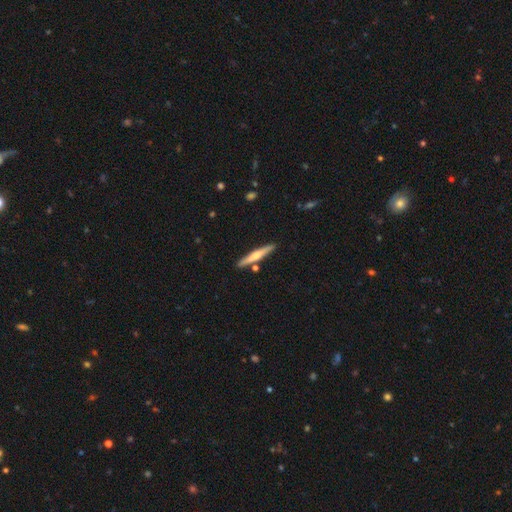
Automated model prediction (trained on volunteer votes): Smooth or featured?
  - featured or disk: 48% *
  - smooth: 47%
  - star or artifact: 5%
Merging?
  - none: 86% *
  - minor disturbance: 8%
  - merger: 4%
  - major disturbance: 2%